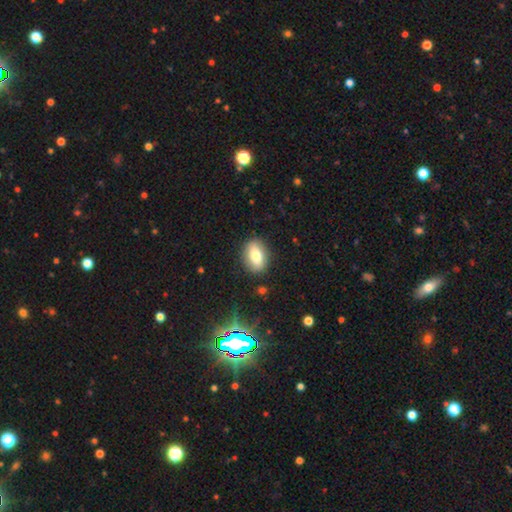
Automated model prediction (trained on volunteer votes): Overall: smooth (67%). How rounded: in between (78%). Merging: none (86%).